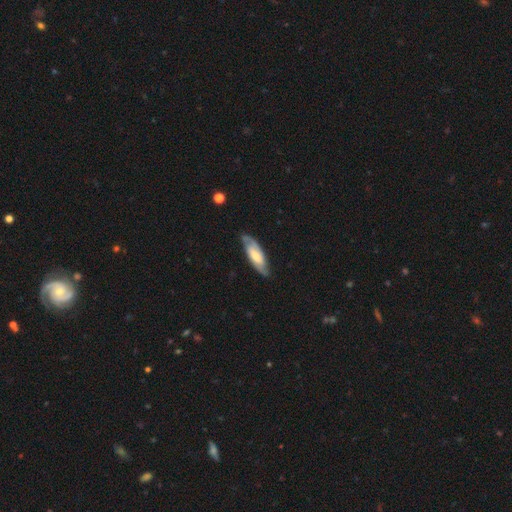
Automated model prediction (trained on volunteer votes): Smooth or featured? Predicted: featured or disk (p=0.62). Edge-on disk? Predicted: no (p=0.79). Merging? Predicted: none (p=0.78).